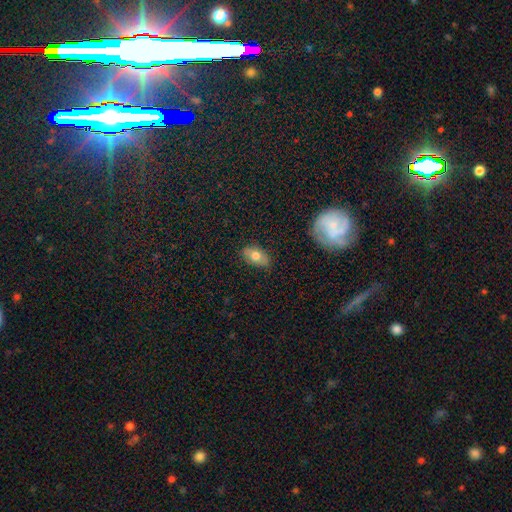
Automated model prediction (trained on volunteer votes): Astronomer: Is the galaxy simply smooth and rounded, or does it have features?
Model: smooth — 71%.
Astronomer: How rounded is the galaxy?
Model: in between — 88%.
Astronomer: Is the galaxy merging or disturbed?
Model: none — 80%.